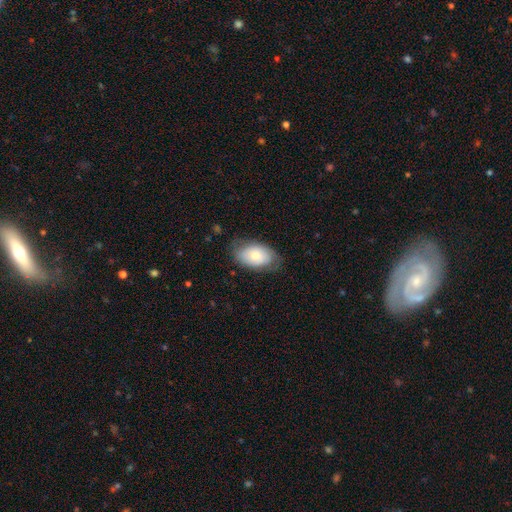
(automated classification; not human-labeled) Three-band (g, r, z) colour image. It shows a smooth galaxy with no disk features (66%) that is in between round and cigar-shaped (91%). Merging: none (69%).